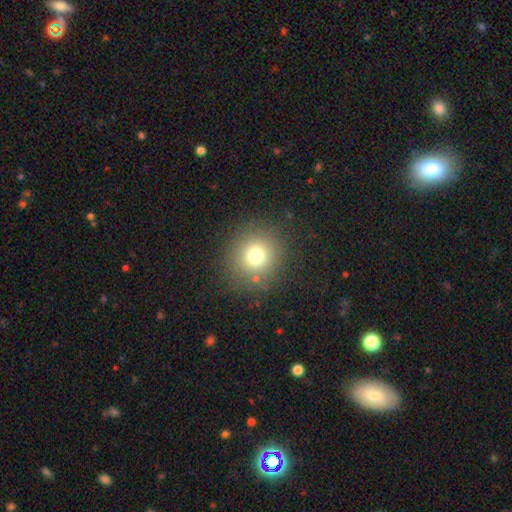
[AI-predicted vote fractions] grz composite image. It shows a smooth galaxy with no disk features (73%) that is round (91%). Merging: none (85%).